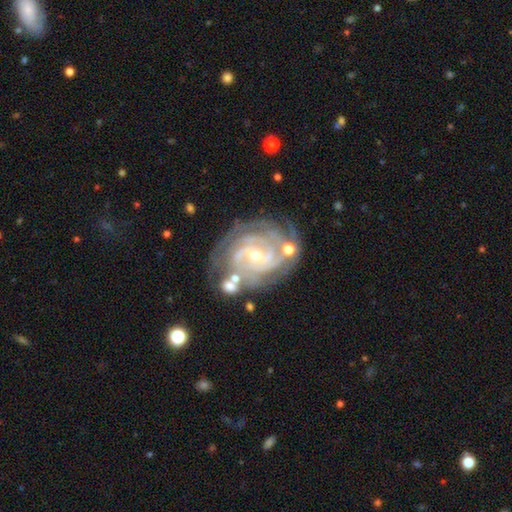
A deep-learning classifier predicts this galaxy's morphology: Q: Smooth or featured?
A: featured or disk (91%); runner-up: star or artifact (5%)
Q: Edge-on disk?
A: no (98%); runner-up: yes (2%)
Q: Bar?
A: weak (42%); runner-up: no (40%)
Q: Spiral arms?
A: yes (98%); runner-up: no (2%)
Q: Spiral winding?
A: tight (73%); runner-up: medium (24%)
Q: Spiral arm count?
A: 4 (33%); runner-up: 3 (24%)
Q: Bulge size?
A: small (66%); runner-up: moderate (31%)
Q: Merging?
A: none (69%); runner-up: minor disturbance (18%)